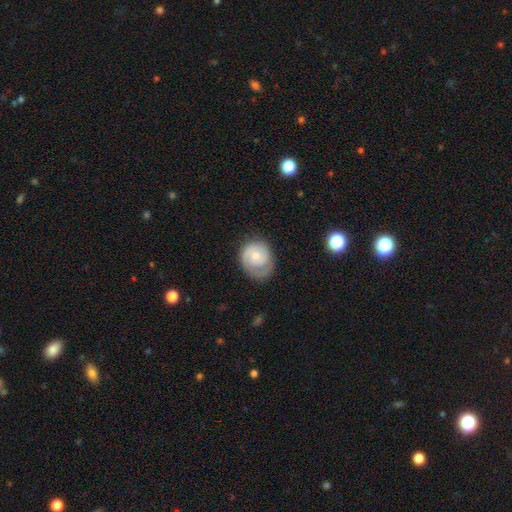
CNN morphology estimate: Smooth or featured: featured or disk — 52% (smooth — 42%)
Edge-on disk: no — 97% (yes — 3%)
Bar: no — 79% (weak — 19%)
Spiral arms: yes — 76% (no — 24%)
Bulge size: small — 51% (moderate — 43%)
Merging: none — 56% (minor disturbance — 27%)